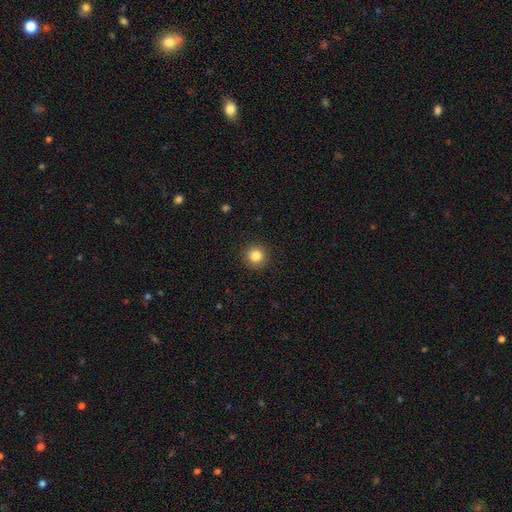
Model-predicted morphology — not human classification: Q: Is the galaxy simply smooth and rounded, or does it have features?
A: smooth — 84%.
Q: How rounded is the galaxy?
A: round — 94%.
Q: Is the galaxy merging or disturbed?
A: none — 92%.